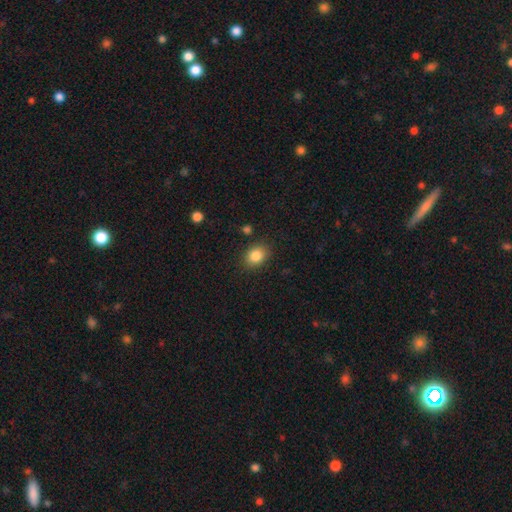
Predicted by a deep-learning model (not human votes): Q: Smooth or featured?
A: smooth (85%); runner-up: star or artifact (9%)
Q: How rounded?
A: in between (54%); runner-up: round (45%)
Q: Merging?
A: none (84%); runner-up: minor disturbance (11%)